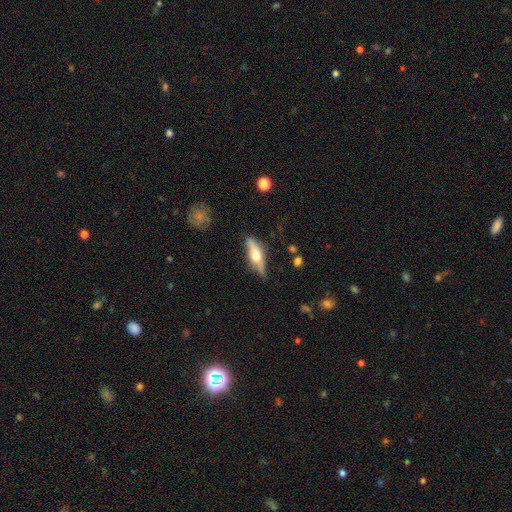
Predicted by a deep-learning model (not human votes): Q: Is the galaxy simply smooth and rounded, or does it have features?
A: featured or disk — 57%.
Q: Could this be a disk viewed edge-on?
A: yes — 88%.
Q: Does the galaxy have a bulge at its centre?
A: rounded — 94%.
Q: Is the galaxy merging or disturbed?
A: none — 75%.